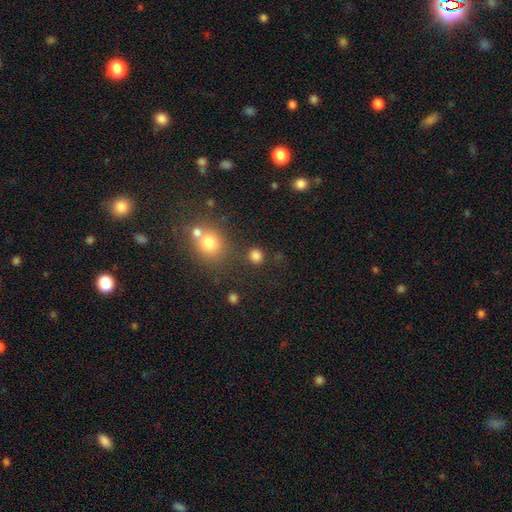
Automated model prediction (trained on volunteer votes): smooth_or_featured: smooth (p=0.81) [alt: star or artifact p=0.15]
how_rounded: round (p=0.84) [alt: in between p=0.15]
merging: none (p=0.80) [alt: minor disturbance p=0.08]